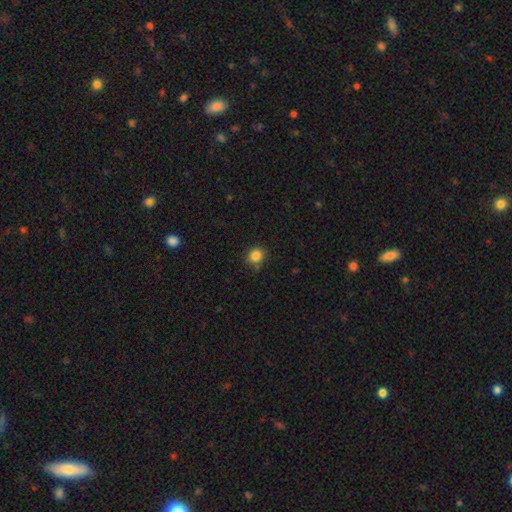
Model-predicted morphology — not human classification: Smooth or featured? Predicted: smooth (p=0.84). How rounded? Predicted: round (p=0.76). Merging? Predicted: none (p=0.80).